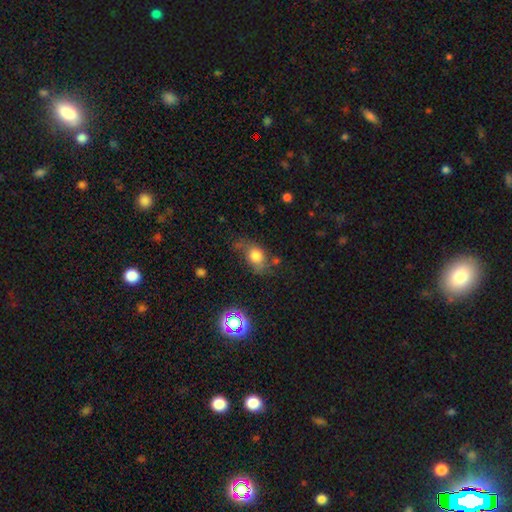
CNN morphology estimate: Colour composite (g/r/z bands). It shows a smooth galaxy with no disk features (67%) that is in between round and cigar-shaped (62%). Merging: none (45%).